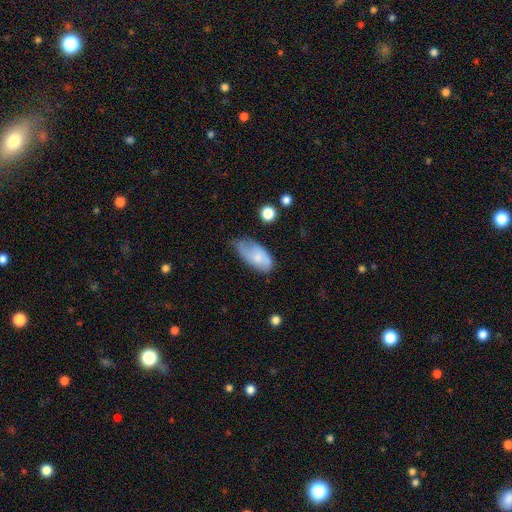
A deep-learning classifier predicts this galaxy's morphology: The model was most divided on "merging": none: 44%, minor disturbance: 40%, major disturbance: 13%, merger: 3%. More confident: how rounded — in between (92%); smooth or featured — smooth (66%).